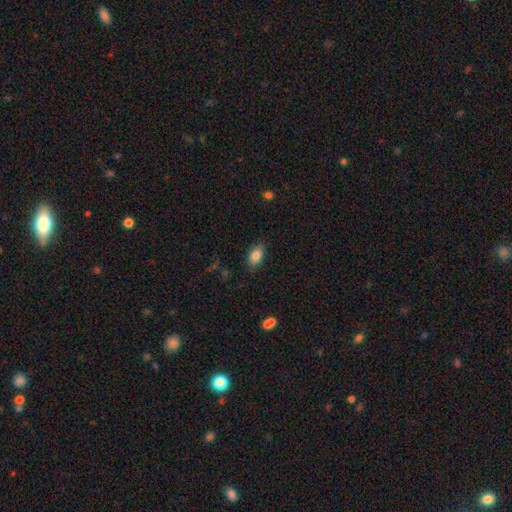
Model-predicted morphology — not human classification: smooth-or-featured: smooth: 84% | star or artifact: 9% | featured or disk: 7%
  how-rounded: in between: 87% | round: 11% | cigar-shaped: 3%
  merging: none: 80% | minor disturbance: 15% | major disturbance: 3% | merger: 1%